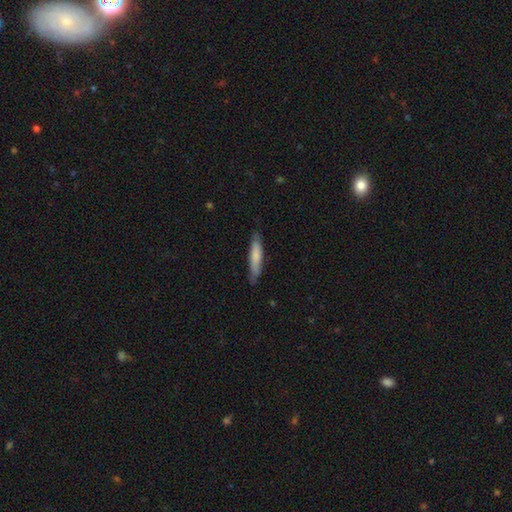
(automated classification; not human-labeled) A smooth galaxy with no disk features (72%) that is cigar-shaped (86%). Merging: none (80%).